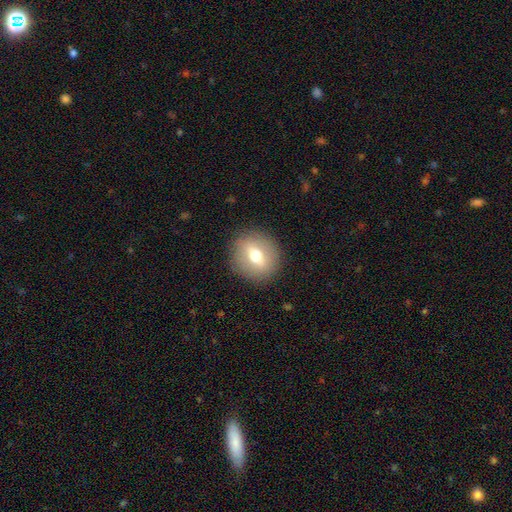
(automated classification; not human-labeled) smooth-or-featured: smooth: 58% | featured or disk: 32% | star or artifact: 10%
  how-rounded: round: 79% | in between: 20% | cigar-shaped: 1%
  merging: none: 88% | minor disturbance: 8% | major disturbance: 3% | merger: 1%